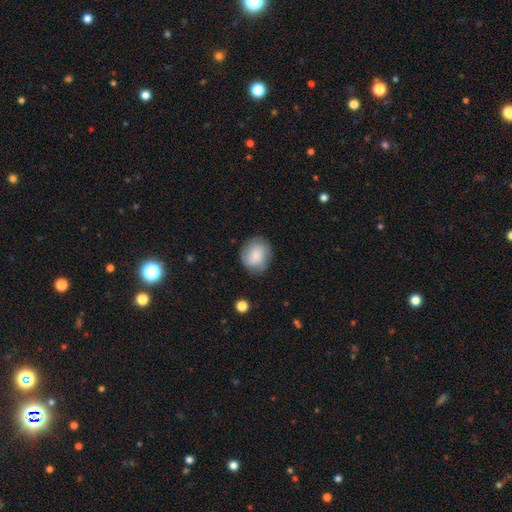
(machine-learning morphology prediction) Smooth or featured? smooth (77%)
How rounded? round (73%)
Merging? none (77%)